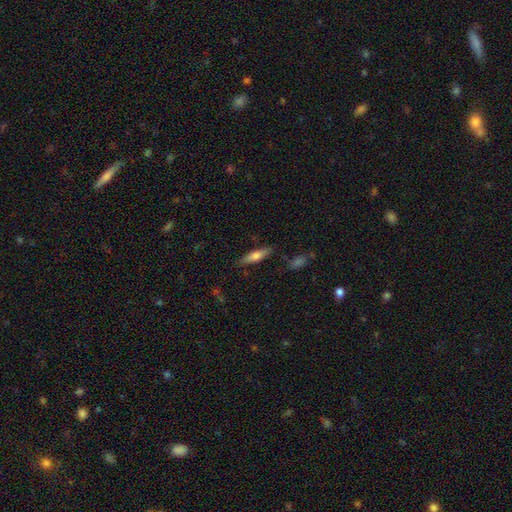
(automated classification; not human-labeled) The model was most divided on "smooth or featured": smooth: 62%, featured or disk: 31%, star or artifact: 7%. More confident: merging — none (84%); how rounded — cigar-shaped (67%).